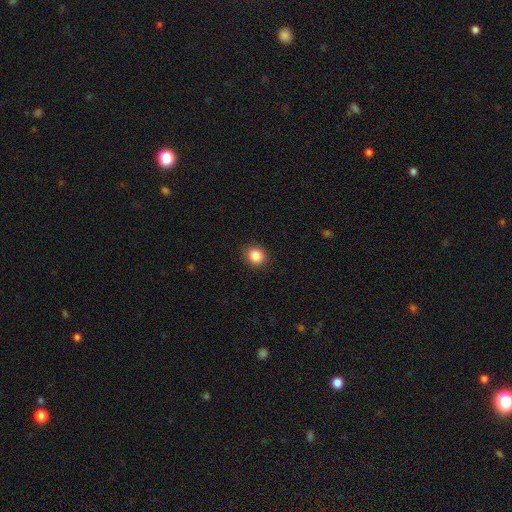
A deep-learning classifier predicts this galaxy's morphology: Smooth or featured? Predicted: smooth (p=0.86). How rounded? Predicted: round (p=0.76). Merging? Predicted: none (p=0.88).